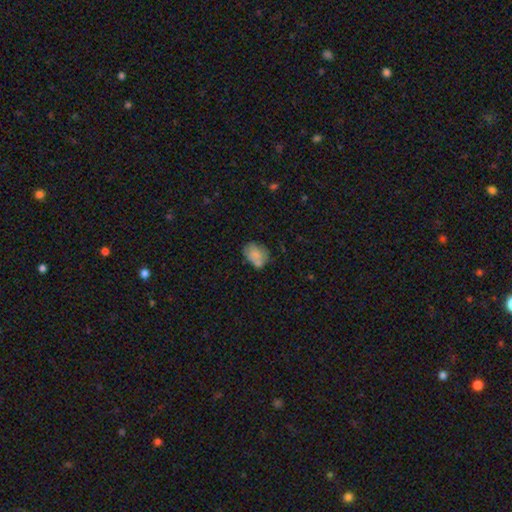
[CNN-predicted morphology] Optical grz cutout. It shows a smooth galaxy with no disk features (72%) that is in between round and cigar-shaped (65%). Merging: none (48%).